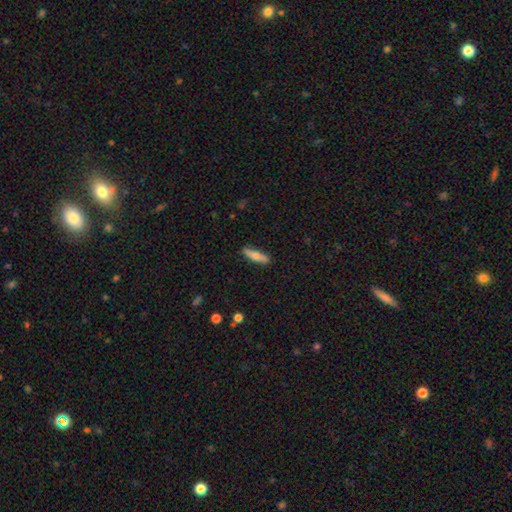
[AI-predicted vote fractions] The model was most divided on "smooth or featured": smooth: 64%, featured or disk: 30%, star or artifact: 6%. More confident: merging — none (86%); how rounded — cigar-shaped (69%).